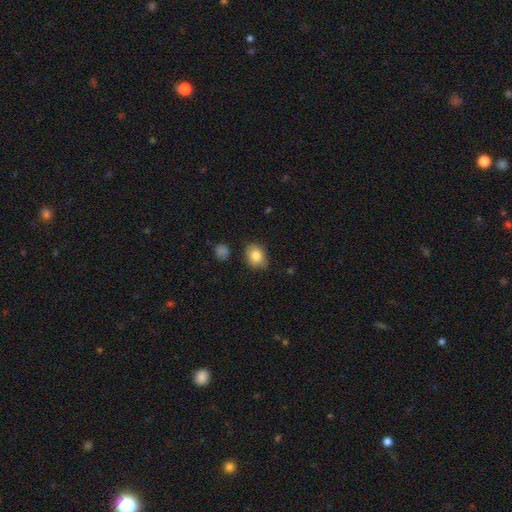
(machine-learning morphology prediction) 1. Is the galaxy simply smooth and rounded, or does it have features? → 83% smooth, 9% featured or disk, 8% star or artifact.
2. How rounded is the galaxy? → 58% in between, 41% round, 1% cigar-shaped.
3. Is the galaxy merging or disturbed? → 76% none, 19% minor disturbance, 3% major disturbance, 2% merger.